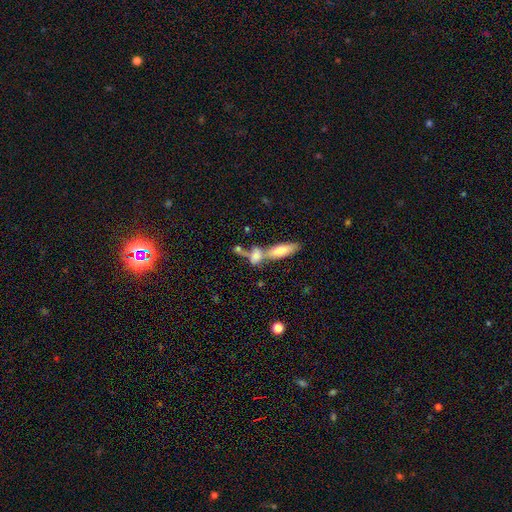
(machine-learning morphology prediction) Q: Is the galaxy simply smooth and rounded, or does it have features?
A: smooth — 62%.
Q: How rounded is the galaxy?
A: in between — 54%.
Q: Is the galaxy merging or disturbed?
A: merger — 58%.